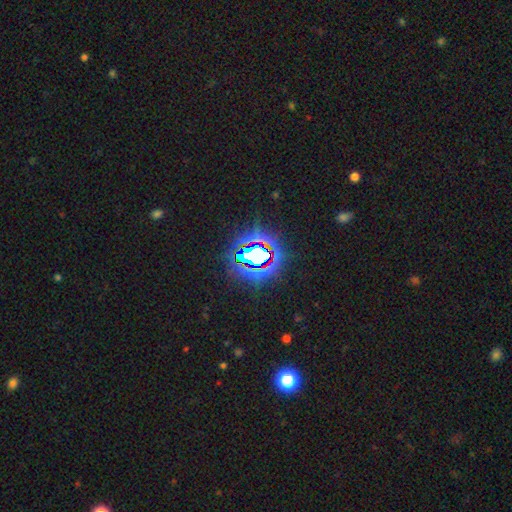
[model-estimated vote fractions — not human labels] This appears to be a star or artifact, not a galaxy (73%).